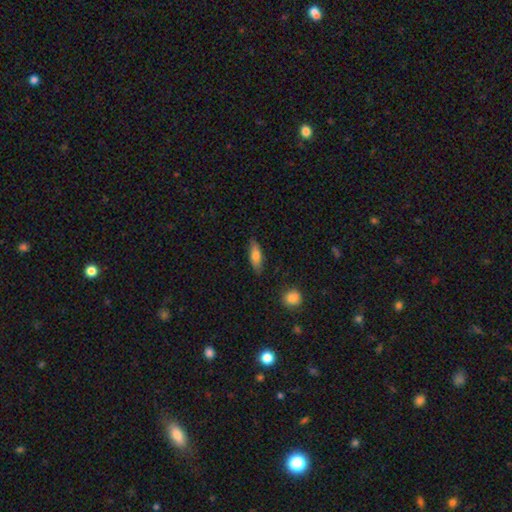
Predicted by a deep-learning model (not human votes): Overall: smooth (73%). How rounded: in between (57%; cigar-shaped 40%). Merging: none (83%).